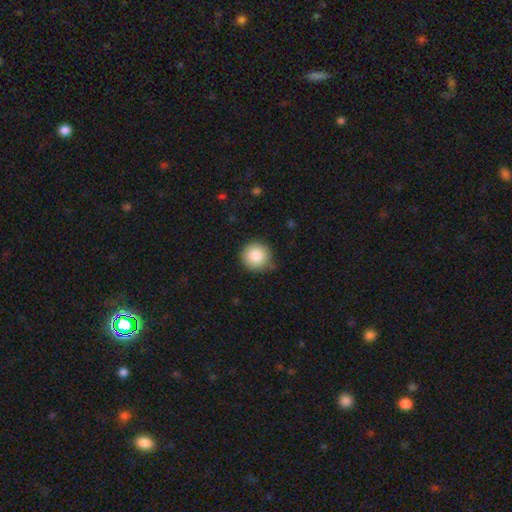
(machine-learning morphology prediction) Smooth or featured: smooth — 86% (star or artifact — 8%)
How rounded: round — 94% (in between — 5%)
Merging: none — 79% (minor disturbance — 16%)